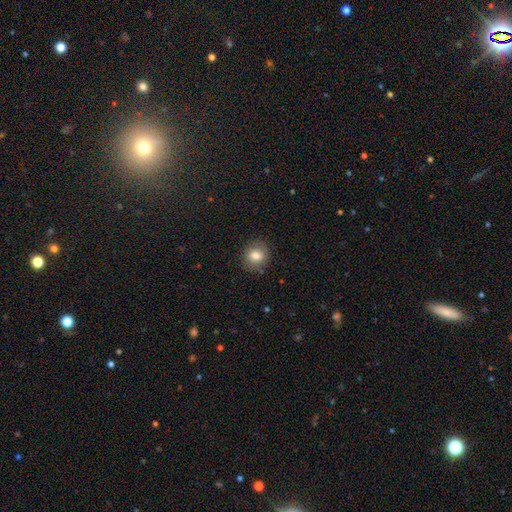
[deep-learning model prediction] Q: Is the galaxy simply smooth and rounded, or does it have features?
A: smooth — 82%.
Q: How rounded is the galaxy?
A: round — 76%.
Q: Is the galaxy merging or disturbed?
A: none — 85%.